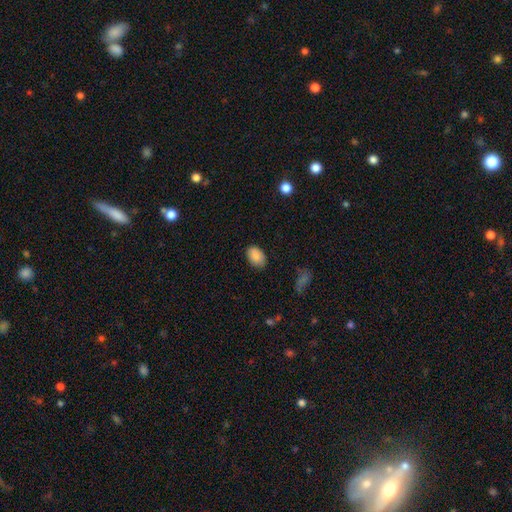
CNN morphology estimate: Smooth or featured? Predicted: smooth (p=0.86). How rounded? Predicted: in between (p=0.86). Merging? Predicted: none (p=0.83).